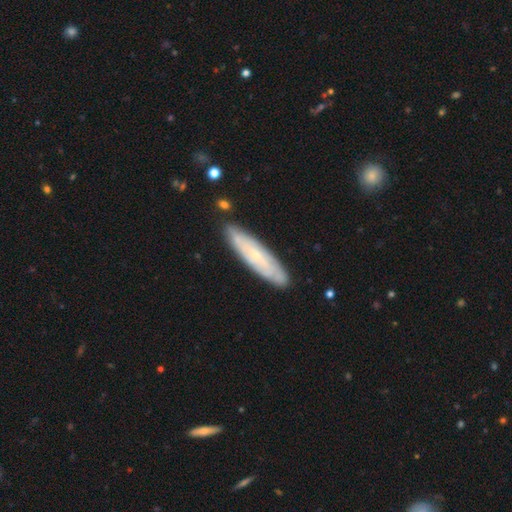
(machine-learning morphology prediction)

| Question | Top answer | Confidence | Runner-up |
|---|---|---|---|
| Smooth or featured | featured or disk | 56% | smooth (38%) |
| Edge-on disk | no | 59% | yes (41%) |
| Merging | none | 84% | minor disturbance (12%) |